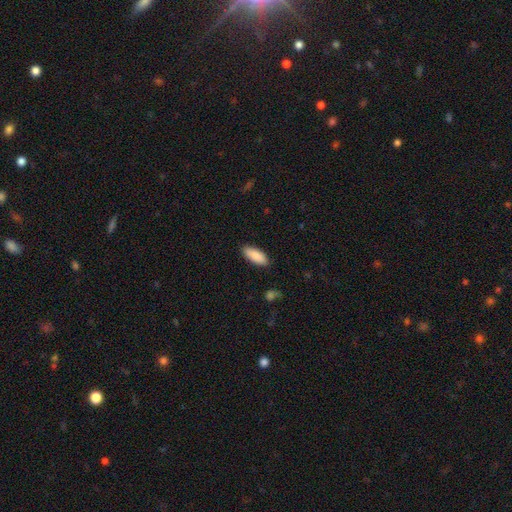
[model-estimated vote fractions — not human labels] A smooth galaxy with no disk features (89%) that is in between round and cigar-shaped (77%). Merging: none (88%).